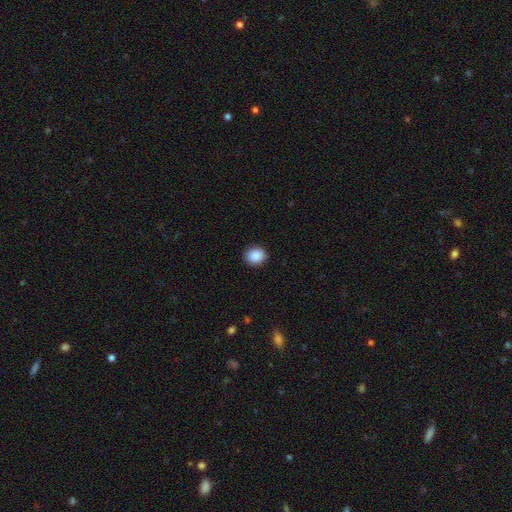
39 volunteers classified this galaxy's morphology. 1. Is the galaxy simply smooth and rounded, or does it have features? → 85% smooth, 8% featured or disk, 8% star or artifact.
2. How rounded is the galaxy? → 61% round, 39% in between, 0% cigar-shaped.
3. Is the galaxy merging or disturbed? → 89% none, 11% minor disturbance, 0% major disturbance, 0% merger.